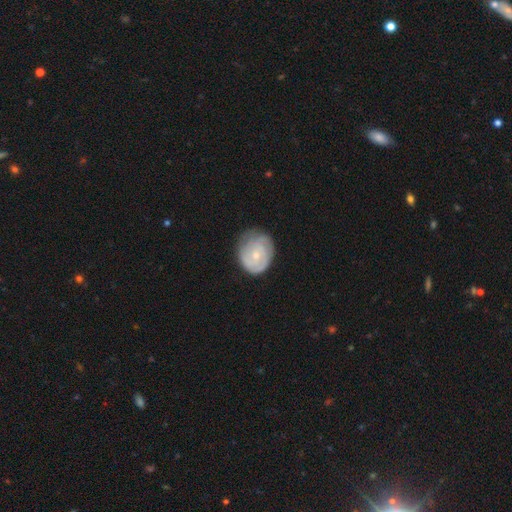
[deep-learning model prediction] Smooth or featured: featured or disk — 59% (smooth — 35%)
Edge-on disk: no — 97% (yes — 3%)
Bar: no — 79% (weak — 19%)
Spiral arms: yes — 80% (no — 20%)
Bulge size: small — 63% (moderate — 33%)
Merging: none — 62% (minor disturbance — 28%)